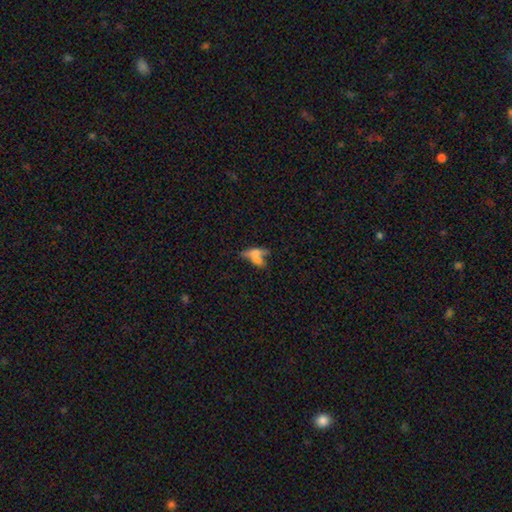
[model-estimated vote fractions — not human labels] Smooth or featured?
  - smooth: 57% *
  - featured or disk: 32%
  - star or artifact: 11%
How rounded?
  - in between: 55% *
  - cigar-shaped: 36%
  - round: 9%
Merging?
  - merger: 51% *
  - none: 29%
  - minor disturbance: 11%
  - major disturbance: 9%